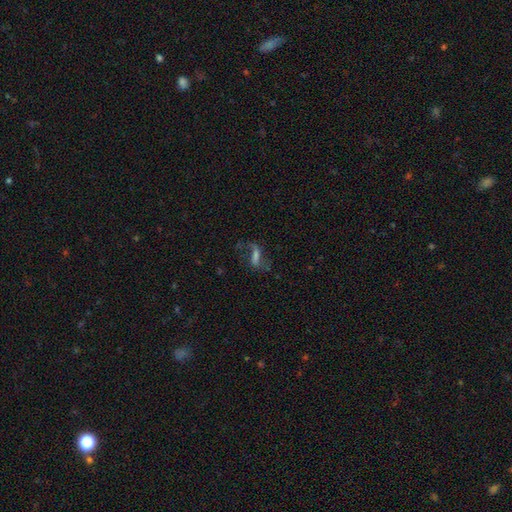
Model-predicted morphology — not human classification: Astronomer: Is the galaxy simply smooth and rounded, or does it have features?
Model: featured or disk — 59%.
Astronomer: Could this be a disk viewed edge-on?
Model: no — 88%.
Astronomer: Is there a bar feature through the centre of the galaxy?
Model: strong — 42% (runner-up: weak, 37%).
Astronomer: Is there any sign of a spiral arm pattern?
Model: yes — 83%.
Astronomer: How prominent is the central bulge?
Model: none — 38% (runner-up: moderate, 24%).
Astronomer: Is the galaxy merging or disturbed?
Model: none — 59%.